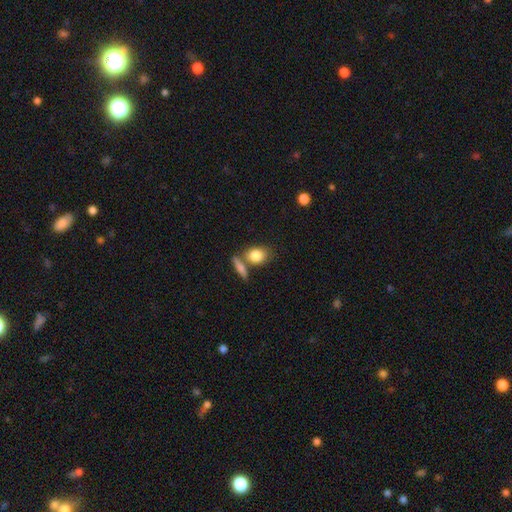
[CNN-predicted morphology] Smooth or featured: smooth — 83% (featured or disk — 10%)
How rounded: in between — 62% (round — 34%)
Merging: none — 53% (merger — 30%)